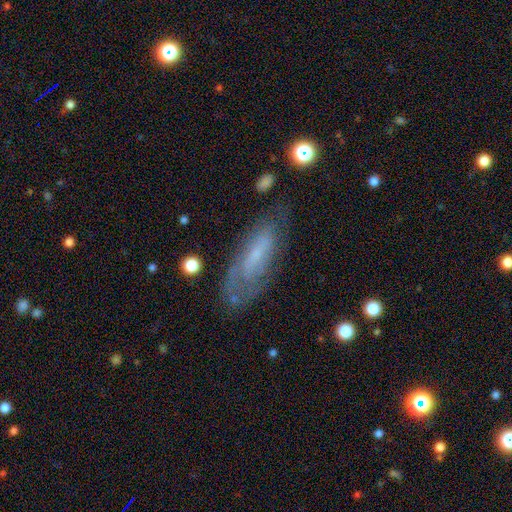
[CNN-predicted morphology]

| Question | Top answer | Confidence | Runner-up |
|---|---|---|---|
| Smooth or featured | featured or disk | 59% | smooth (33%) |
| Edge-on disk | no | 79% | yes (21%) |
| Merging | none | 66% | minor disturbance (21%) |